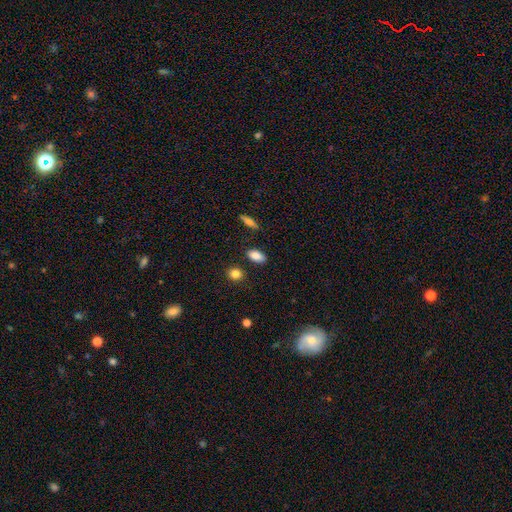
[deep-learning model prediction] Smooth or featured? Predicted: smooth (p=0.87). How rounded? Predicted: in between (p=0.88). Merging? Predicted: none (p=0.86).